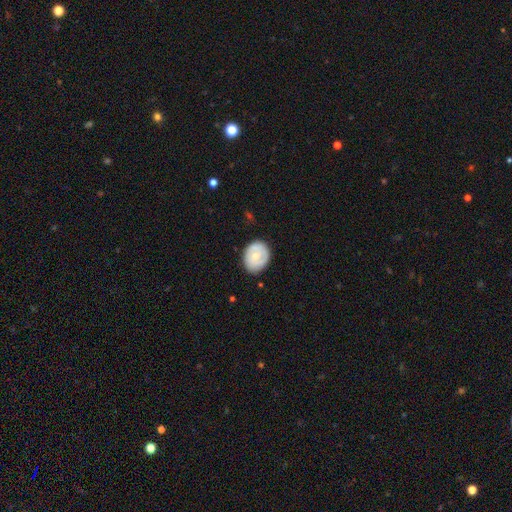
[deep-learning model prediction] smooth_or_featured: smooth (p=0.61) [alt: featured or disk p=0.33]
how_rounded: round (p=0.55) [alt: in between p=0.44]
merging: none (p=0.82) [alt: minor disturbance p=0.14]